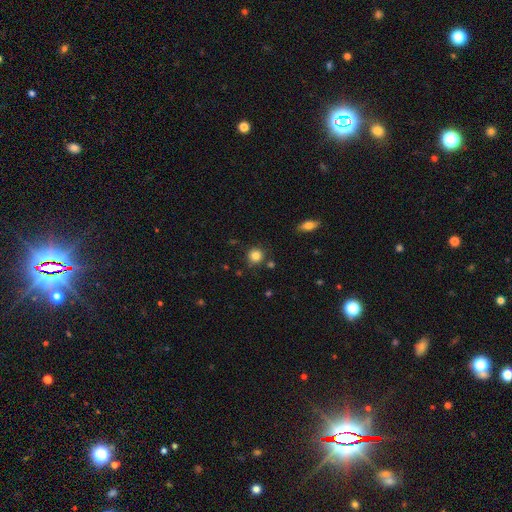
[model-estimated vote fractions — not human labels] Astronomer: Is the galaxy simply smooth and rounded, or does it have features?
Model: smooth — 84%.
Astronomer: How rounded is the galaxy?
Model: round — 91%.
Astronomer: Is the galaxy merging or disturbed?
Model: none — 83%.